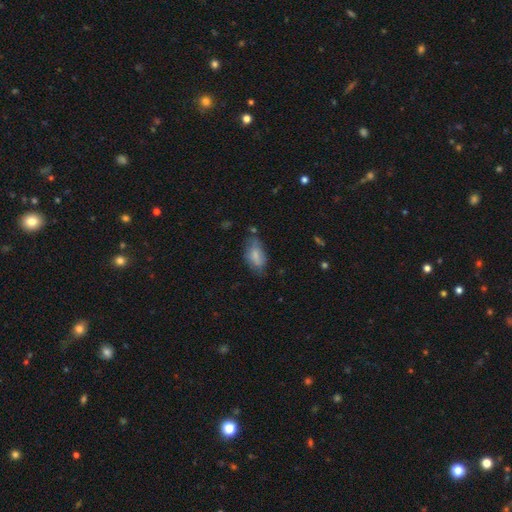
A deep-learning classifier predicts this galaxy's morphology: type=smooth (74%); roundness=in between (89%); merging=none (51%).